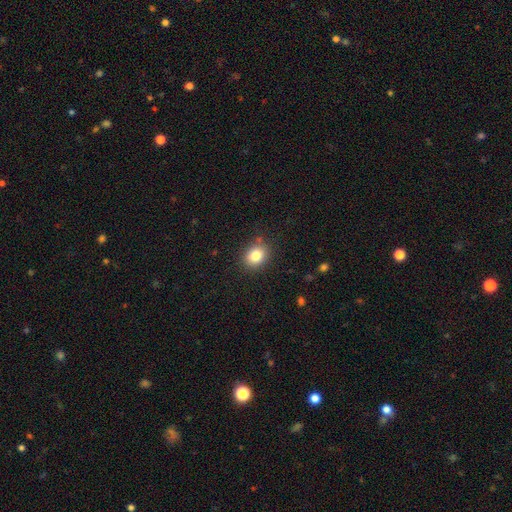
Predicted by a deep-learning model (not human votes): smooth-or-featured: smooth: 82% | star or artifact: 10% | featured or disk: 8%
  how-rounded: in between: 50% | round: 49% | cigar-shaped: 1%
  merging: none: 85% | minor disturbance: 10% | major disturbance: 3% | merger: 2%